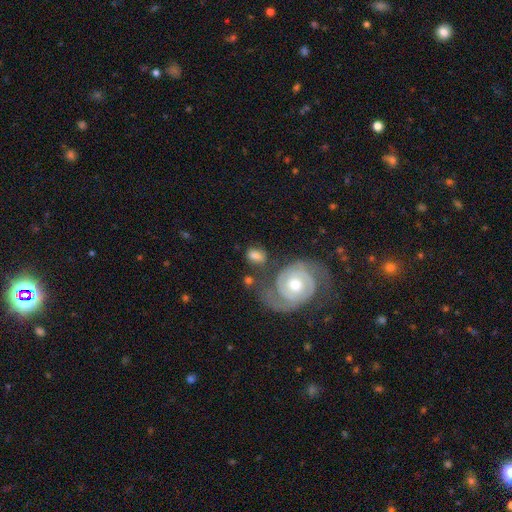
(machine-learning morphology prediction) Smooth or featured: smooth — 55% (featured or disk — 38%)
How rounded: in between — 73% (round — 24%)
Merging: none — 52% (minor disturbance — 19%)